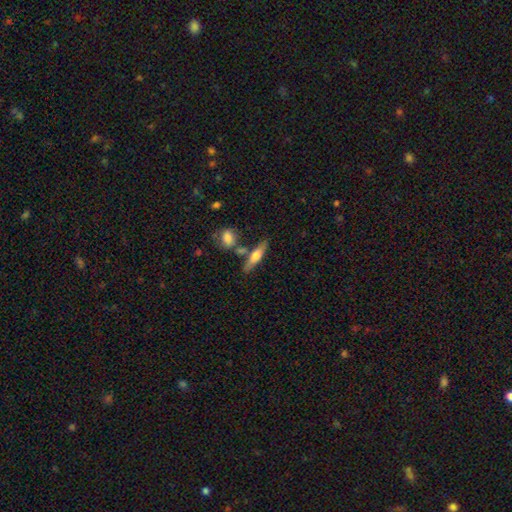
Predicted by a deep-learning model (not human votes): The model was most divided on "smooth or featured": smooth: 54%, featured or disk: 40%, star or artifact: 6%. More confident: how rounded — cigar-shaped (73%); merging — none (71%).